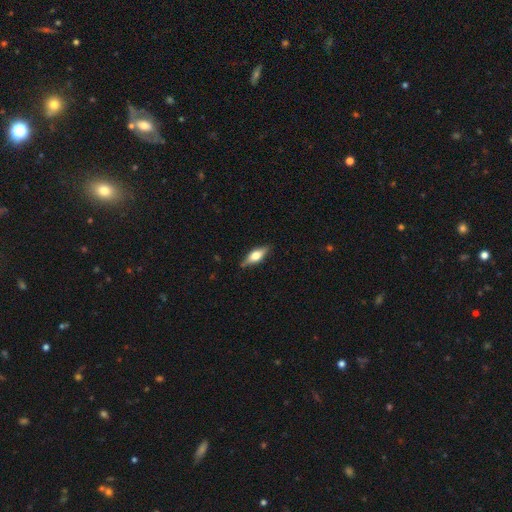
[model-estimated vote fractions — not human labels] Smooth or featured?
  - smooth: 49% *
  - featured or disk: 45%
  - star or artifact: 7%
Merging?
  - none: 83% *
  - minor disturbance: 13%
  - major disturbance: 2%
  - merger: 1%